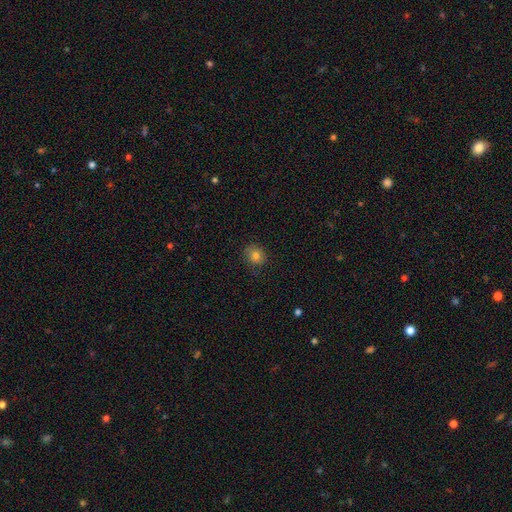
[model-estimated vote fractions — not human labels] A smooth galaxy with no disk features (80%) that is round (82%).

Vote fractions:
- Smooth or featured? smooth: 80% / star or artifact: 12% / featured or disk: 9%
- How rounded? round: 82% / in between: 18% / cigar-shaped: 1%
- Merging? none: 83% / minor disturbance: 13% / major disturbance: 3% / merger: 1%